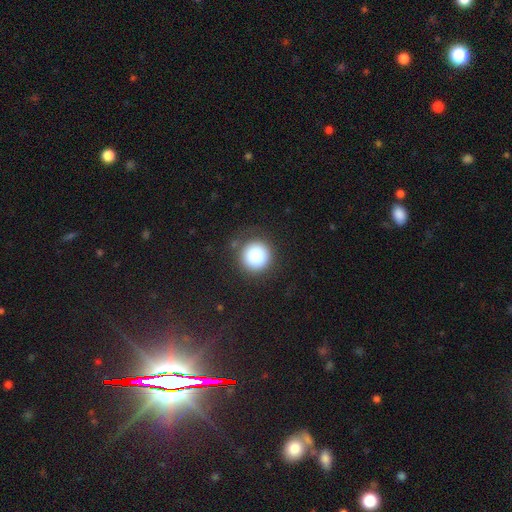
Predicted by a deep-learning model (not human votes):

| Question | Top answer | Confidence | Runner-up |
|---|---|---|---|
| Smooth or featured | smooth | 86% | star or artifact (9%) |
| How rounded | round | 95% | in between (4%) |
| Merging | none | 84% | minor disturbance (10%) |